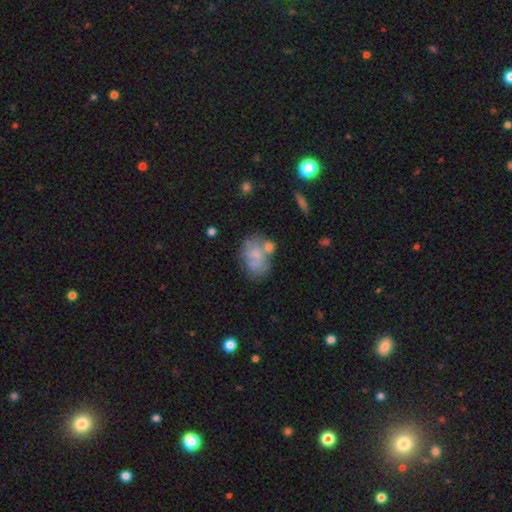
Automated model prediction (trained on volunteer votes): This appears to be a smooth galaxy with no disk features (48%). Merging: none (39%).